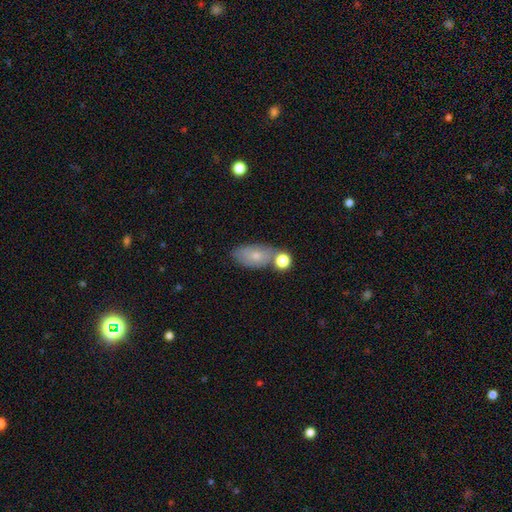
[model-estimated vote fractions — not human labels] smooth-or-featured: smooth: 68% | featured or disk: 23% | star or artifact: 9%
  how-rounded: in between: 87% | round: 9% | cigar-shaped: 4%
  merging: none: 57% | merger: 20% | minor disturbance: 18% | major disturbance: 6%